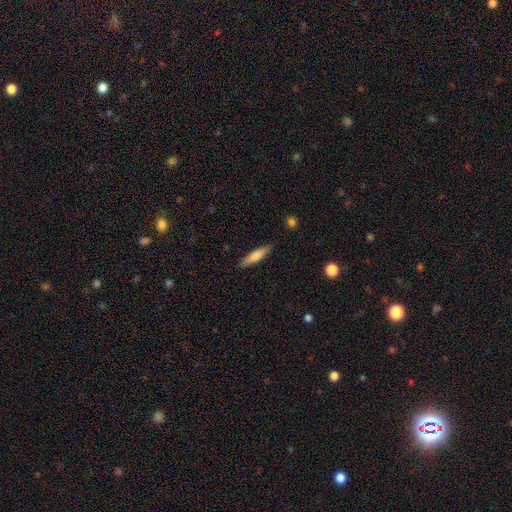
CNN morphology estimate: smooth_or_featured: smooth (p=0.64) [alt: featured or disk p=0.30]
how_rounded: cigar-shaped (p=0.81) [alt: in between p=0.17]
merging: none (p=0.88) [alt: minor disturbance p=0.09]